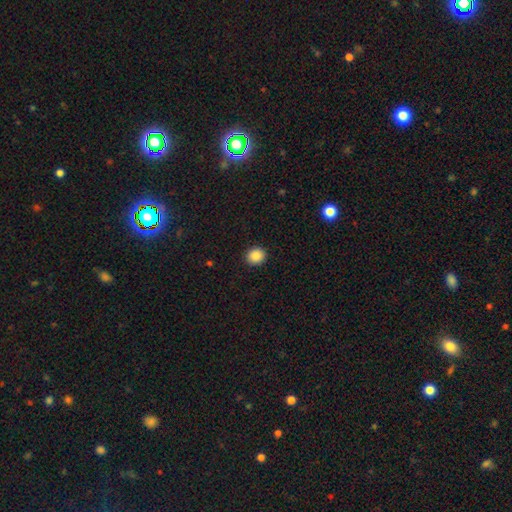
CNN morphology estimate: Smooth or featured? smooth (87%)
How rounded? round (80%)
Merging? none (92%)